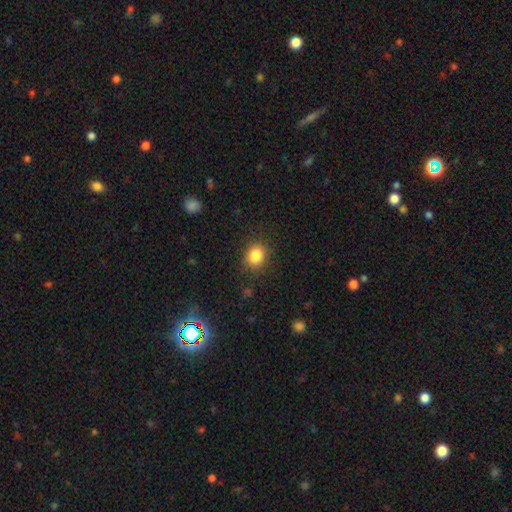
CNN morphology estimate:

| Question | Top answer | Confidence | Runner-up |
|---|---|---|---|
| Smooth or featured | smooth | 84% | star or artifact (10%) |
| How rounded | round | 67% | in between (32%) |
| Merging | none | 85% | minor disturbance (10%) |